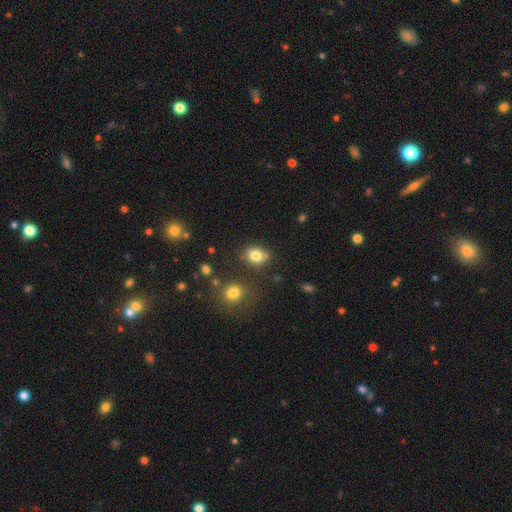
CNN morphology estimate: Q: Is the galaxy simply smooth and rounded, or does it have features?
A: smooth — 81%.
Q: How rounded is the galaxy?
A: round — 55%.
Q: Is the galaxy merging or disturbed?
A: none — 72%.